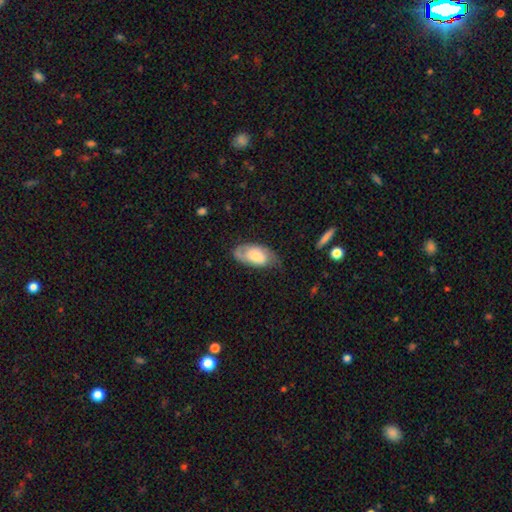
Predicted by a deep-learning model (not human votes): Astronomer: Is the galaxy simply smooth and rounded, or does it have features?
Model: smooth — 56% (runner-up: featured or disk, 37%).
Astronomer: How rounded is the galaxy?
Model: in between — 93%.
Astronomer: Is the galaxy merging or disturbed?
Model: none — 56%.